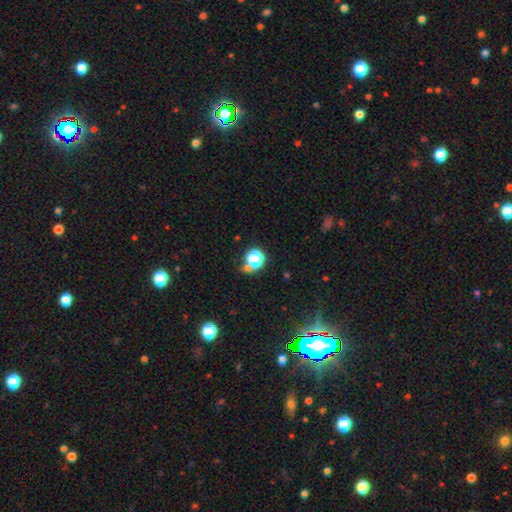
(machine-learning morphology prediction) This is possibly a star or artifact rather than a galaxy (52%).